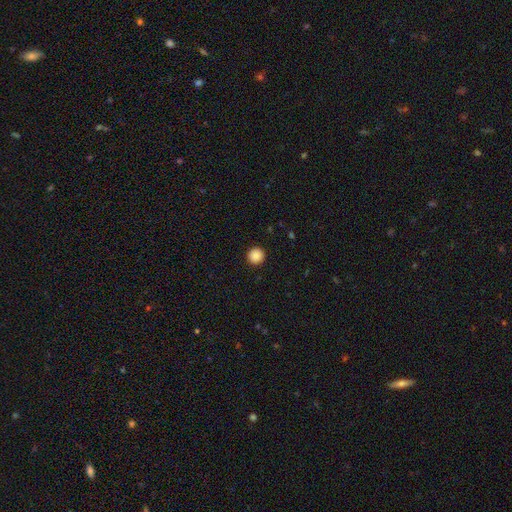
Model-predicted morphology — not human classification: Q: Smooth or featured?
A: smooth (89%); runner-up: star or artifact (9%)
Q: How rounded?
A: round (95%); runner-up: in between (4%)
Q: Merging?
A: none (93%); runner-up: minor disturbance (4%)